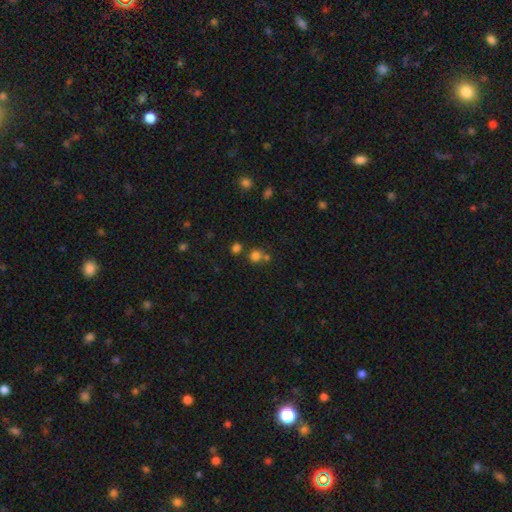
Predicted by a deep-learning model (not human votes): Smooth or featured? smooth (73%)
How rounded? round (89%)
Merging? none (63%)